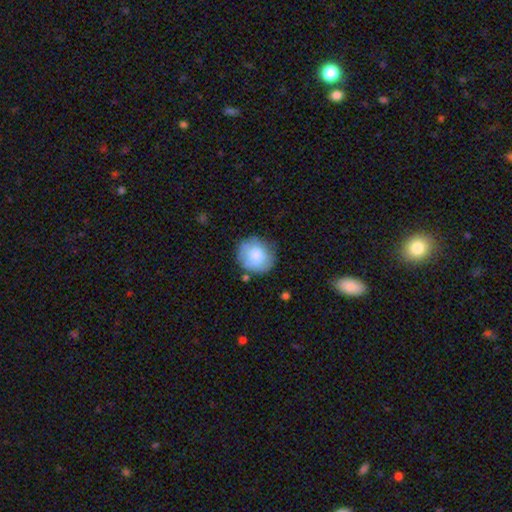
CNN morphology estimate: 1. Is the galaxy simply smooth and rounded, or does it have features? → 76% smooth, 17% featured or disk, 7% star or artifact.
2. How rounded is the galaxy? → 79% round, 20% in between, 1% cigar-shaped.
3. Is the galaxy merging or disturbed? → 71% none, 20% minor disturbance, 6% major disturbance, 4% merger.